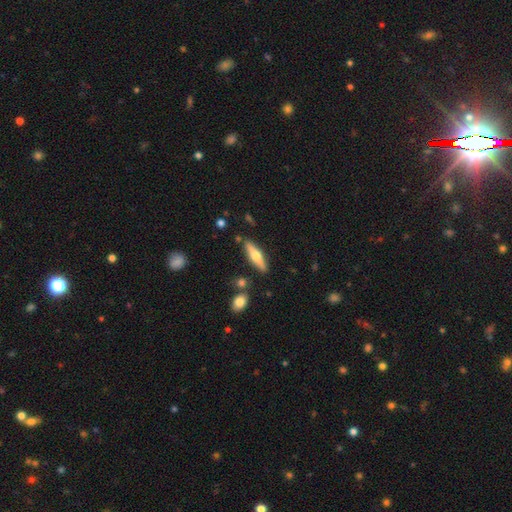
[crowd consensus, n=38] Smooth or featured?
  - featured or disk: 55% *
  - smooth: 39%
  - star or artifact: 5%
Edge-on disk?
  - yes: 100% *
  - no: 0%
Edge-on bulge?
  - rounded: 95% *
  - none: 5%
  - boxy: 0%
Merging?
  - none: 86% *
  - minor disturbance: 14%
  - major disturbance: 0%
  - merger: 0%